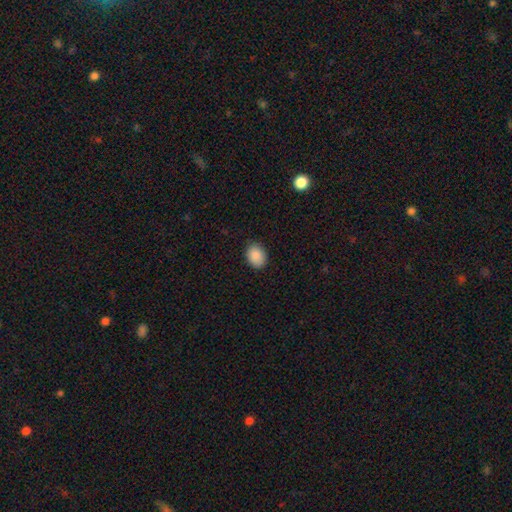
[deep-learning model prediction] Smooth or featured? Predicted: smooth (p=0.89). How rounded? Predicted: in between (p=0.61). Merging? Predicted: none (p=0.87).